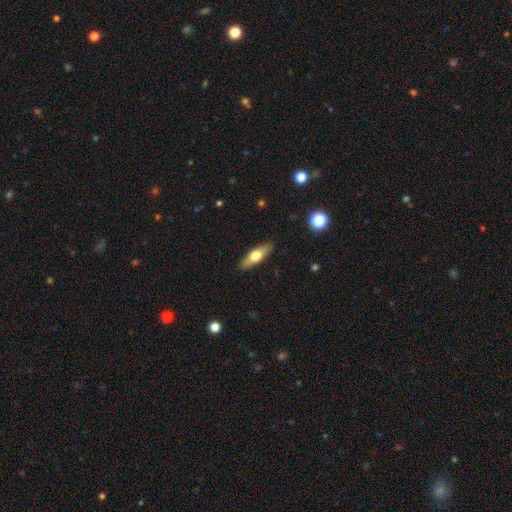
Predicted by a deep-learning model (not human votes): This is possibly a smooth galaxy (54%). How rounded: possibly cigar-shaped (50%). Merging: clearly none (89%).